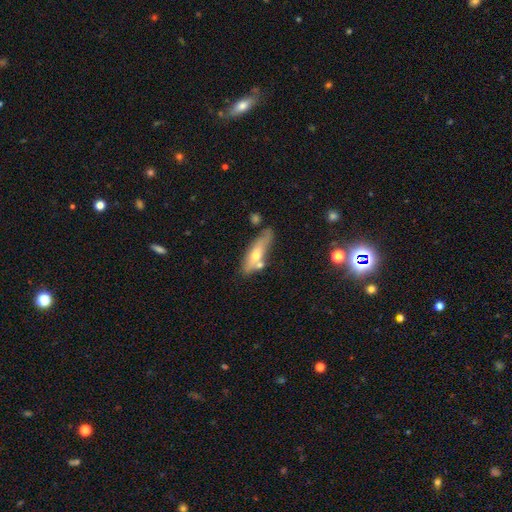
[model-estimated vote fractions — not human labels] This appears to be a smooth galaxy with no disk features (55%) that is cigar-shaped (50%). Merging: none (59%).